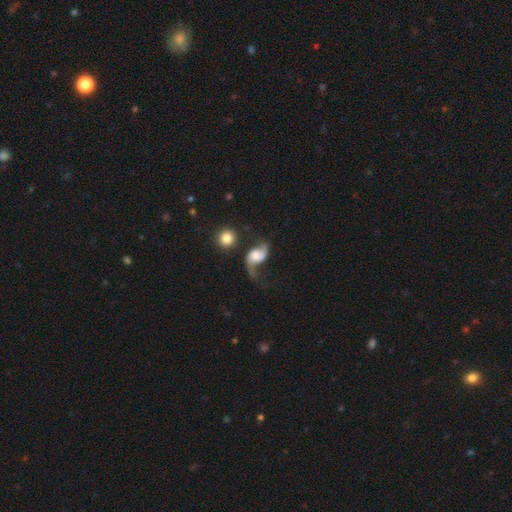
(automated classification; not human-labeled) Q: Smooth or featured?
A: featured or disk (75%); runner-up: smooth (18%)
Q: Edge-on disk?
A: no (96%); runner-up: yes (4%)
Q: Bar?
A: no (60%); runner-up: weak (32%)
Q: Spiral arms?
A: yes (94%); runner-up: no (6%)
Q: Spiral winding?
A: loose (82%); runner-up: medium (15%)
Q: Spiral arm count?
A: 2 (87%); runner-up: 1 (8%)
Q: Bulge size?
A: moderate (31%); runner-up: large (26%)
Q: Merging?
A: none (44%); runner-up: major disturbance (26%)